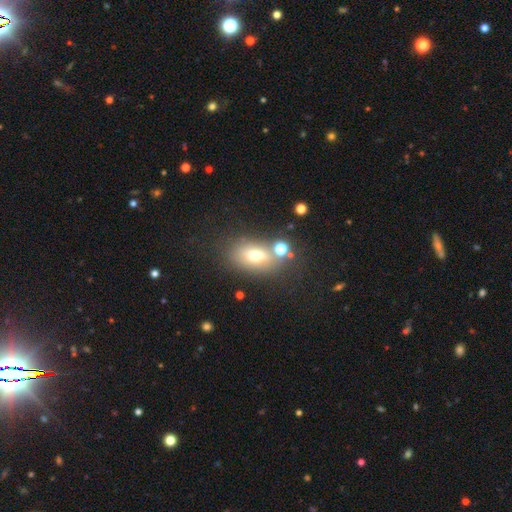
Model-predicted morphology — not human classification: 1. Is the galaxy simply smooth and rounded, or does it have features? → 68% smooth, 18% featured or disk, 14% star or artifact.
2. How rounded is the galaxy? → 80% in between, 17% round, 3% cigar-shaped.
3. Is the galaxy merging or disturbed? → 63% none, 16% merger, 14% minor disturbance, 7% major disturbance.